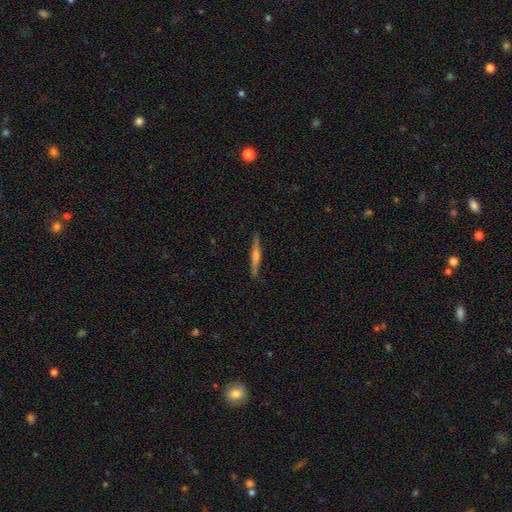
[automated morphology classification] smooth-or-featured: featured or disk: 71% | smooth: 23% | star or artifact: 6%
  disk-edge-on: yes: 98% | no: 2%
    edge-on-bulge: rounded: 78% | boxy: 11% | none: 10%
  merging: none: 91% | minor disturbance: 6% | major disturbance: 1% | merger: 1%